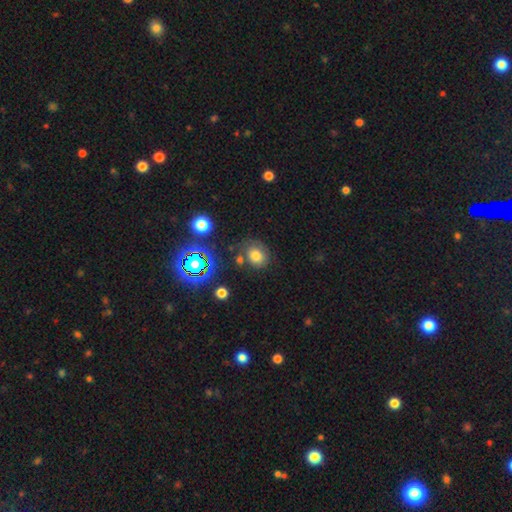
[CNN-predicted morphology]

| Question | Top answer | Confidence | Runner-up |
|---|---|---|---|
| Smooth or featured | smooth | 71% | star or artifact (17%) |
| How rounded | round | 65% | in between (35%) |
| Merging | none | 67% | minor disturbance (18%) |